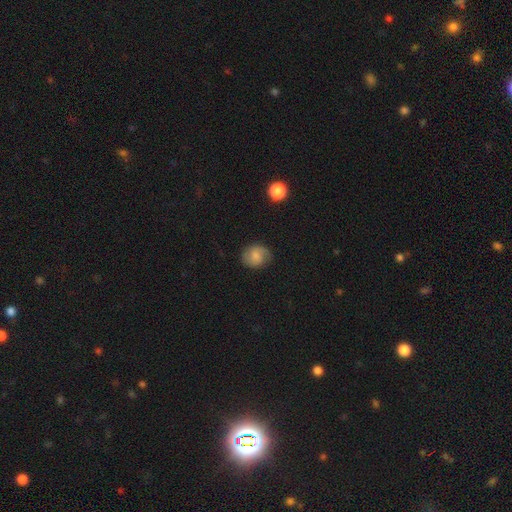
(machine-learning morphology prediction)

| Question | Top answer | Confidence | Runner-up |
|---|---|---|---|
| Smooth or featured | smooth | 57% | featured or disk (34%) |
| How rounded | round | 65% | in between (34%) |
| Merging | none | 77% | minor disturbance (17%) |